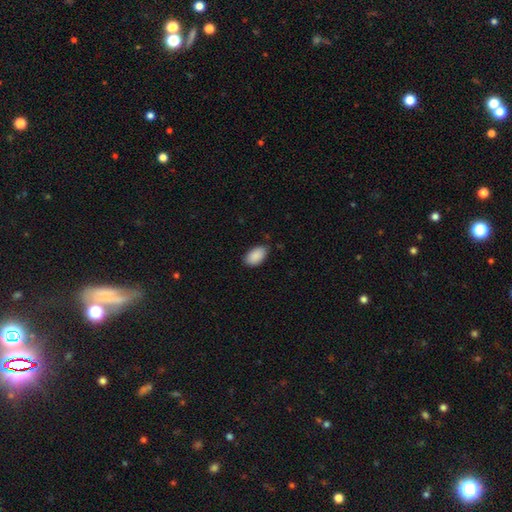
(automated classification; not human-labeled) This appears to be a smooth galaxy with no disk features (90%) that is in between round and cigar-shaped (94%). Merging: none (79%).